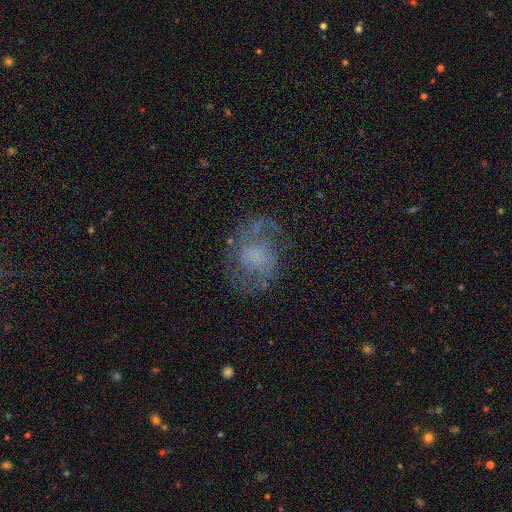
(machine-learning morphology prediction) type=featured or disk (66%); edge-on=no (98%); bar=no (72%); spiral arms=yes (74%); bulge=none (50%); merging=none (64%).